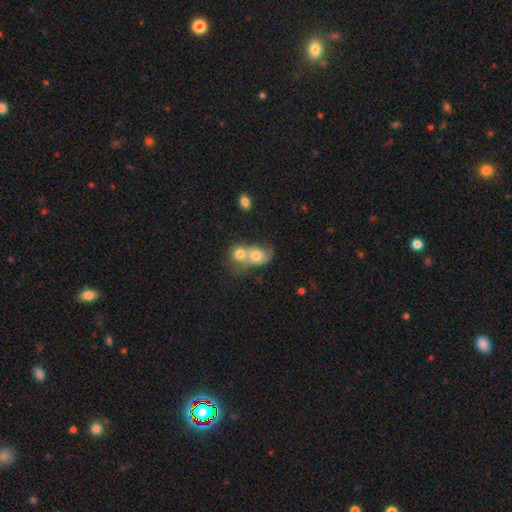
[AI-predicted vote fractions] Smooth or featured: smooth — 68% (featured or disk — 23%)
How rounded: round — 54% (in between — 45%)
Merging: merger — 75% (none — 15%)